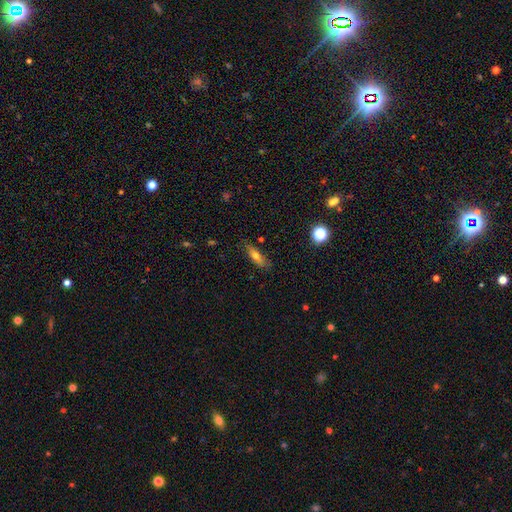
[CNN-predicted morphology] smooth_or_featured: smooth (p=0.63) [alt: featured or disk p=0.28]
how_rounded: cigar-shaped (p=0.53) [alt: in between p=0.43]
merging: none (p=0.79) [alt: minor disturbance p=0.16]